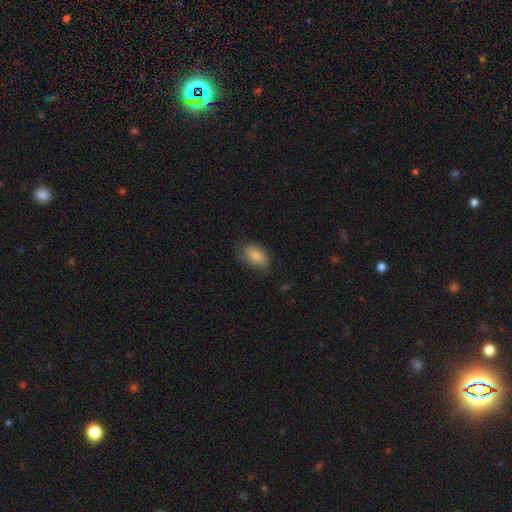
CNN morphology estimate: Q: Smooth or featured?
A: smooth (82%); runner-up: featured or disk (11%)
Q: How rounded?
A: in between (91%); runner-up: round (7%)
Q: Merging?
A: none (68%); runner-up: minor disturbance (24%)